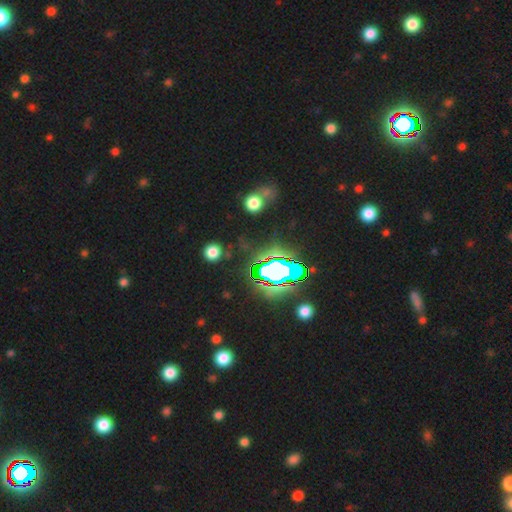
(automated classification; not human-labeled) Smooth or featured? star or artifact (80%)